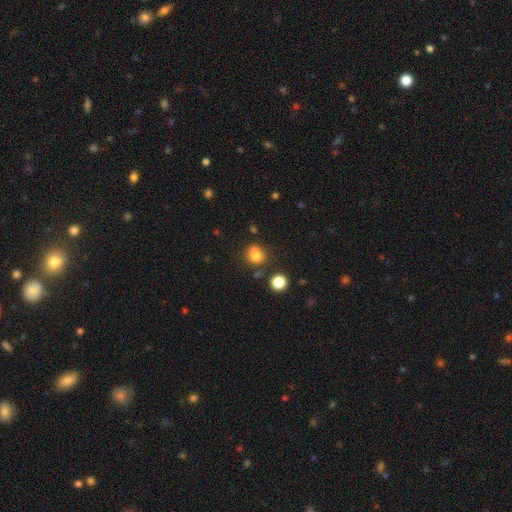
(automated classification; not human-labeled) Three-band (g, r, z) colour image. It shows a smooth galaxy with no disk features (76%) that is round (84%). Merging: none (57%).